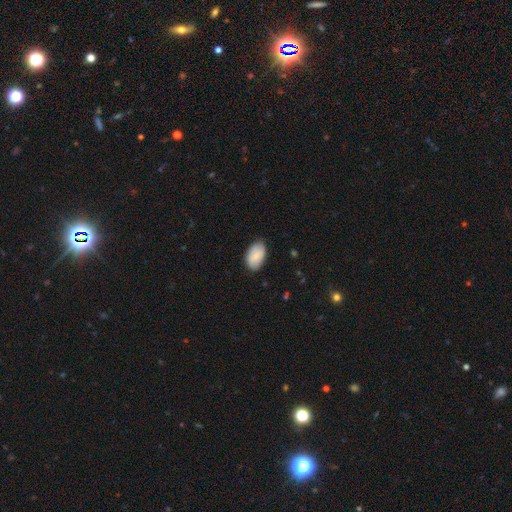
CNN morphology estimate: Smooth or featured? Predicted: smooth (p=0.80). How rounded? Predicted: in between (p=0.93). Merging? Predicted: none (p=0.79).